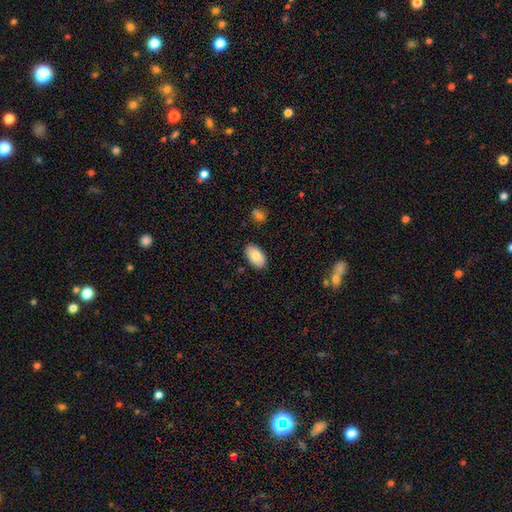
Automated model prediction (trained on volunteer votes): Q: Smooth or featured?
A: smooth (82%); runner-up: featured or disk (11%)
Q: How rounded?
A: in between (94%); runner-up: round (5%)
Q: Merging?
A: none (87%); runner-up: minor disturbance (10%)